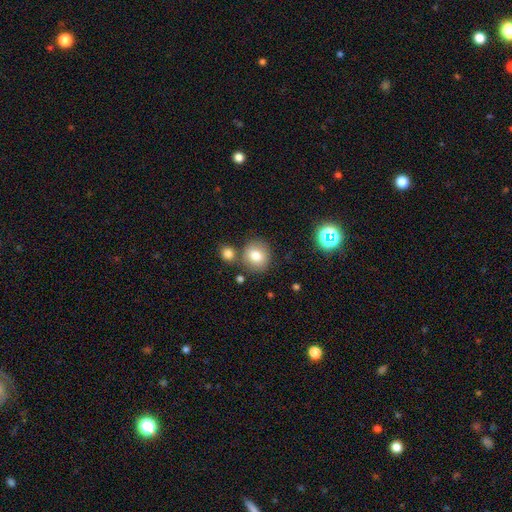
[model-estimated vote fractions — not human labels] Smooth or featured: smooth — 79% (star or artifact — 11%)
How rounded: round — 84% (in between — 15%)
Merging: none — 75% (merger — 12%)